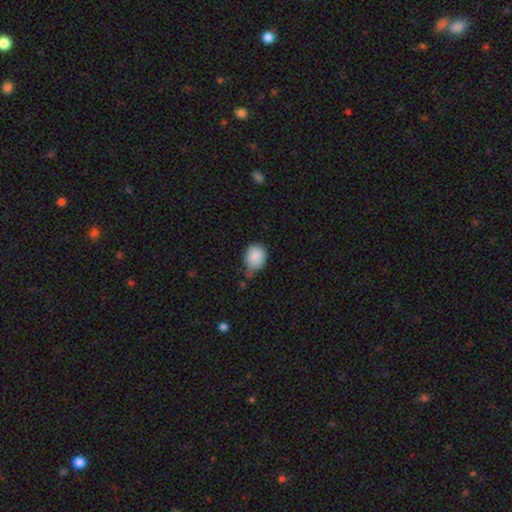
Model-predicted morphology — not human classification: smooth_or_featured: smooth (p=0.87) [alt: star or artifact p=0.08]
how_rounded: round (p=0.65) [alt: in between p=0.34]
merging: none (p=0.53) [alt: minor disturbance p=0.35]